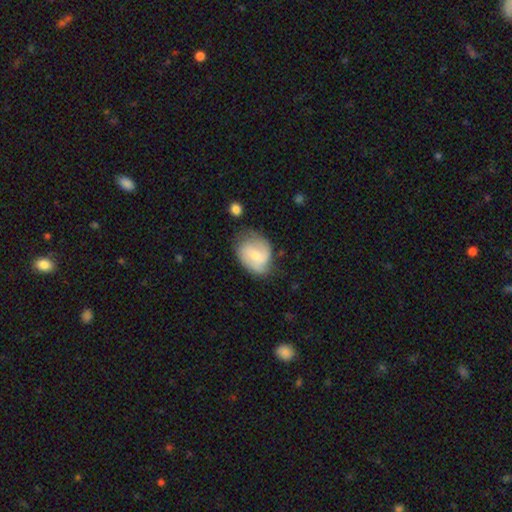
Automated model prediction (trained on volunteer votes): A featured or disk galaxy (49%).

Vote fractions:
- Smooth or featured? featured or disk: 49% / smooth: 45% / star or artifact: 6%
- Merging? none: 52% / minor disturbance: 33% / major disturbance: 12% / merger: 3%